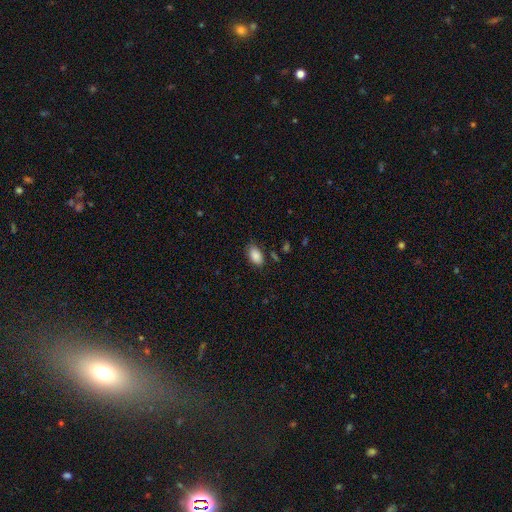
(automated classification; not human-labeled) smooth 88%, star or artifact 8%, featured or disk 4%. Down the decision tree: how rounded — in between (91%); merging — none (80%).